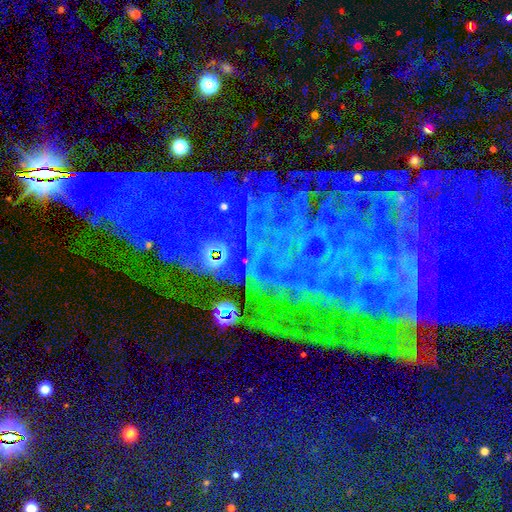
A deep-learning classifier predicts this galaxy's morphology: This is likely a star or artifact rather than a galaxy (71%).